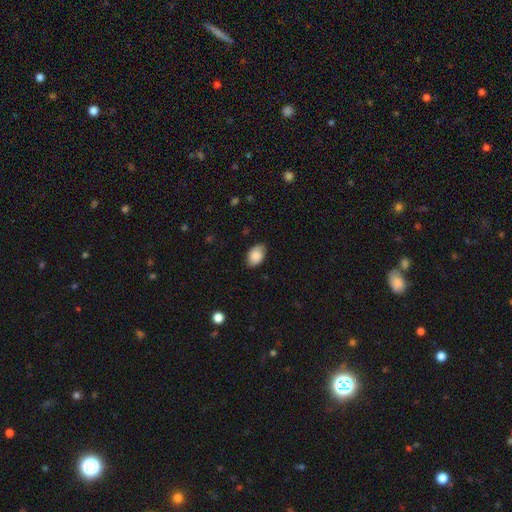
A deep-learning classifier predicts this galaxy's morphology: Smooth or featured? Predicted: smooth (p=0.85). How rounded? Predicted: in between (p=0.90). Merging? Predicted: none (p=0.82).